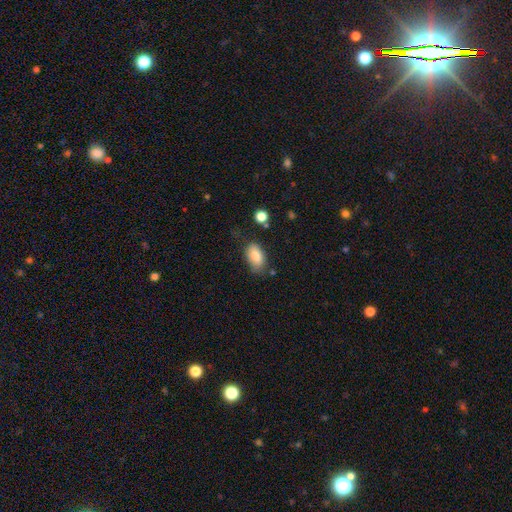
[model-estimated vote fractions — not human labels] A smooth galaxy with no disk features (84%) that is in between round and cigar-shaped (92%). Merging: none (70%).